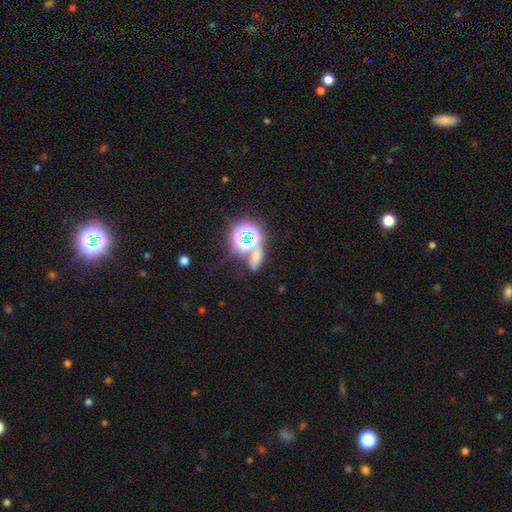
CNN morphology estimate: Smooth or featured? Predicted: smooth (p=0.45). Merging? Predicted: none (p=0.55).